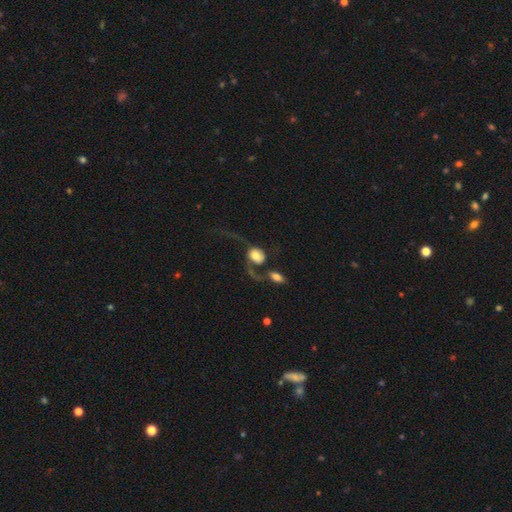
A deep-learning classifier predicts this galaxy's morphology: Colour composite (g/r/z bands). It shows a smooth galaxy with no disk features (46%, tied with featured or disk). Merging: merger (38%).